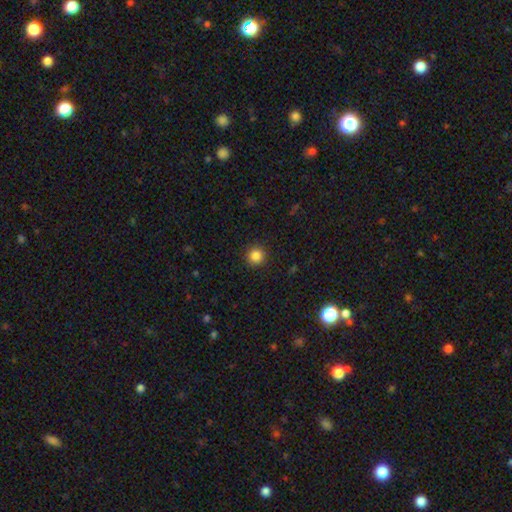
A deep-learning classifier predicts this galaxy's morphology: smooth-or-featured: smooth: 85% | star or artifact: 11% | featured or disk: 4%
  how-rounded: round: 94% | in between: 5% | cigar-shaped: 1%
  merging: none: 91% | minor disturbance: 6% | major disturbance: 2% | merger: 1%